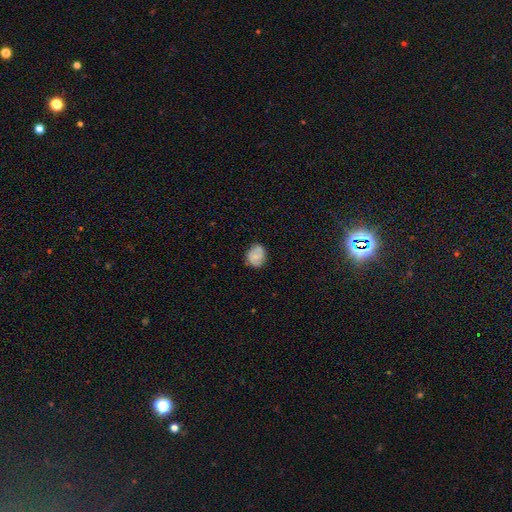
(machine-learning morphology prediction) This appears to be a smooth galaxy with no disk features (65%) that is round (59%). Merging: none (74%).